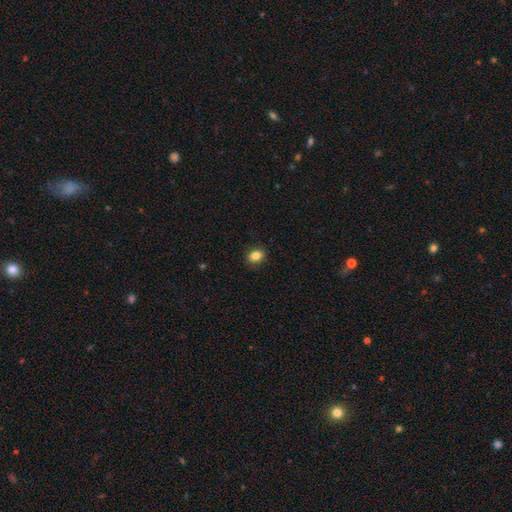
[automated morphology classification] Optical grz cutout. It shows a smooth galaxy with no disk features (85%) that is in between round and cigar-shaped (56%). Merging: none (89%).